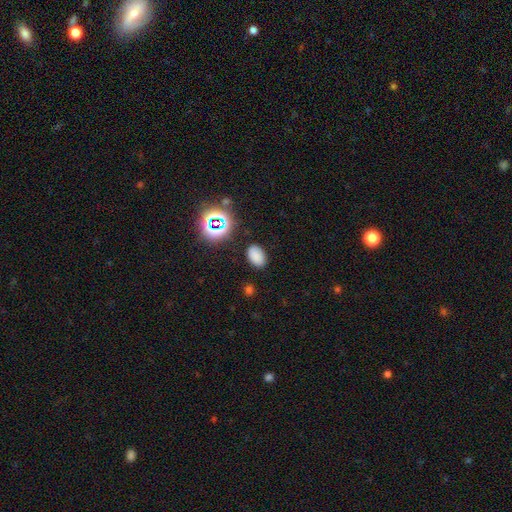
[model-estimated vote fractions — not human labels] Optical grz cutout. It shows a smooth galaxy with no disk features (78%) that is in between round and cigar-shaped (89%). Merging: none (85%).